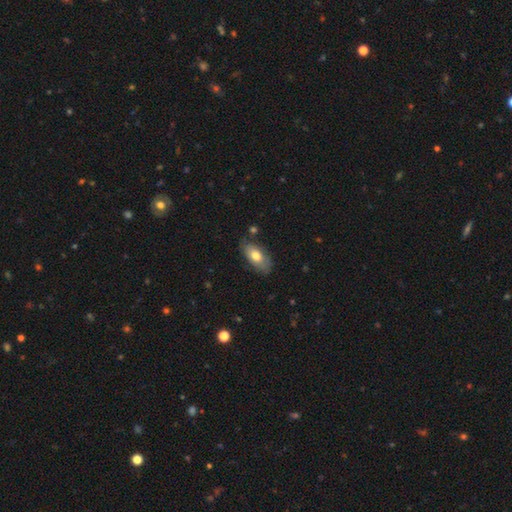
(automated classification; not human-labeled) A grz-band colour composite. It shows a smooth galaxy with no disk features (73%) that is in between round and cigar-shaped (90%). Merging: none (78%).